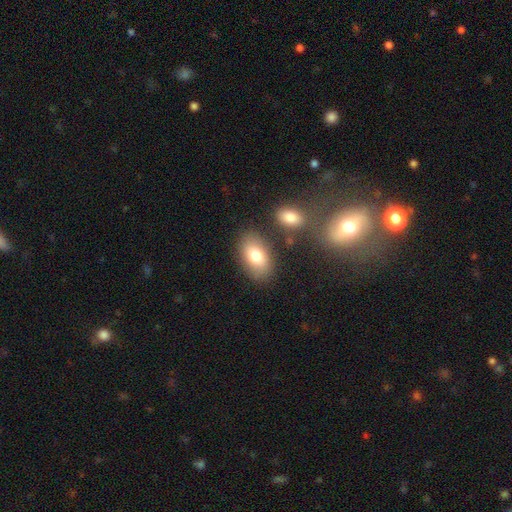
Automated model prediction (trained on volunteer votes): Morphology: type=smooth (78%); roundness=in between (90%); merging=none (78%).